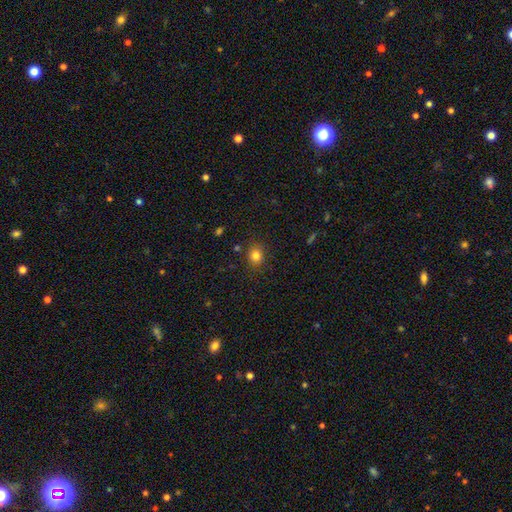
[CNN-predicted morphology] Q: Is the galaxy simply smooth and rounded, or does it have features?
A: smooth — 82%.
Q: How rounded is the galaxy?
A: round — 71%.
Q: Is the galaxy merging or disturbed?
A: none — 85%.